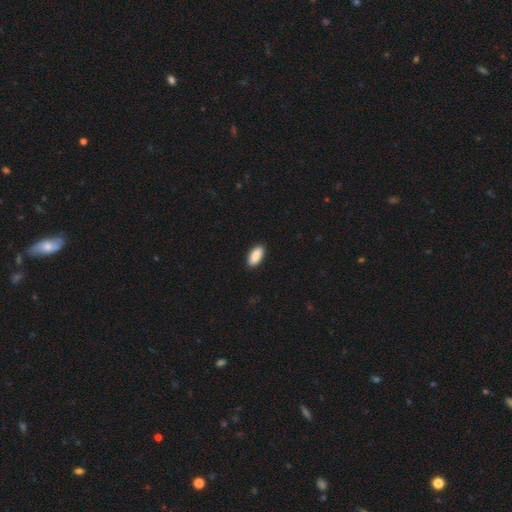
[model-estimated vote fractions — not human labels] Morphology: type=smooth (90%); roundness=in between (88%); merging=none (90%).